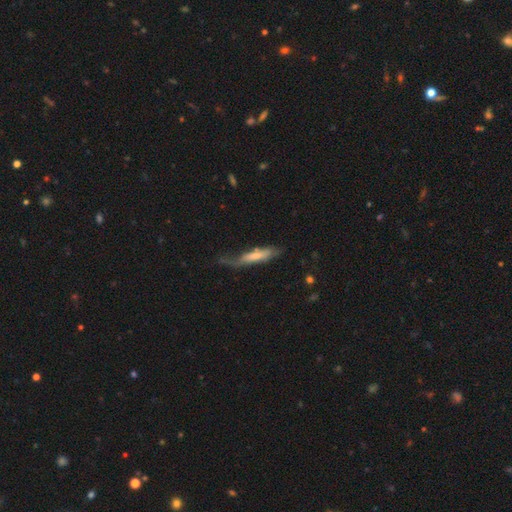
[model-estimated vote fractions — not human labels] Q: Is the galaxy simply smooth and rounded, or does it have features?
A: smooth — 59%.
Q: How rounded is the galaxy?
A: cigar-shaped — 77%.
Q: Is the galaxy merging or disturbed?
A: none — 38%.